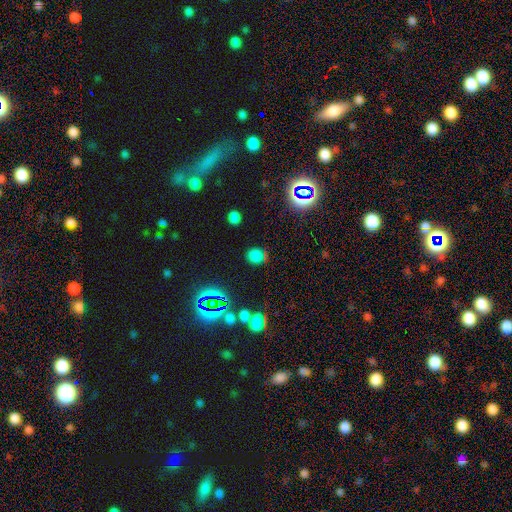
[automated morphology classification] This appears to be a smooth galaxy with no disk features (66%) that is round (75%). Merging: none (73%).